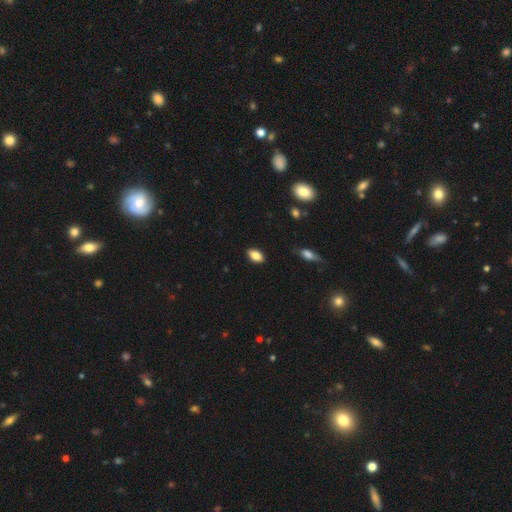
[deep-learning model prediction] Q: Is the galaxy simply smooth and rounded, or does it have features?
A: smooth — 83%.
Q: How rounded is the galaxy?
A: in between — 90%.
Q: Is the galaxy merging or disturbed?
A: none — 87%.